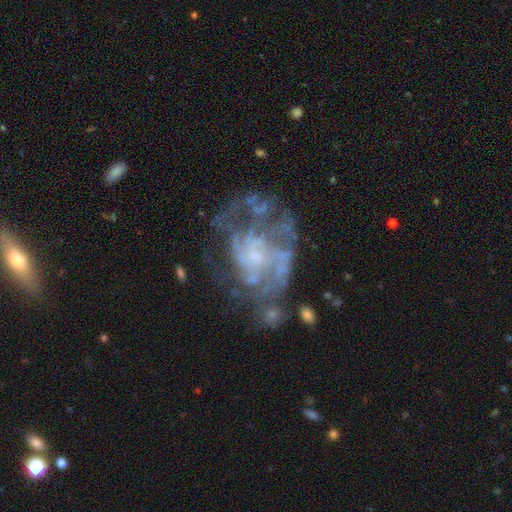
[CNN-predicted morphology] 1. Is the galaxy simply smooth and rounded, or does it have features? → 81% featured or disk, 10% star or artifact, 10% smooth.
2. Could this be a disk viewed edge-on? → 98% no, 2% yes.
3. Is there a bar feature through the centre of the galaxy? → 75% no, 21% weak, 4% strong.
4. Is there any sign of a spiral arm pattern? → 68% yes, 32% no.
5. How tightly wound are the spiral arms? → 39% tight (tied), 39% medium (tied), 22% loose.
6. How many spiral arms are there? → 47% can't tell, 16% 3, 15% 2, 10% 4, 6% 1, 6% more than 4.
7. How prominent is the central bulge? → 51% small, 23% none, 22% moderate, 3% large, 1% dominant.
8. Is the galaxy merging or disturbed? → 45% none, 30% major disturbance, 19% minor disturbance, 7% merger.